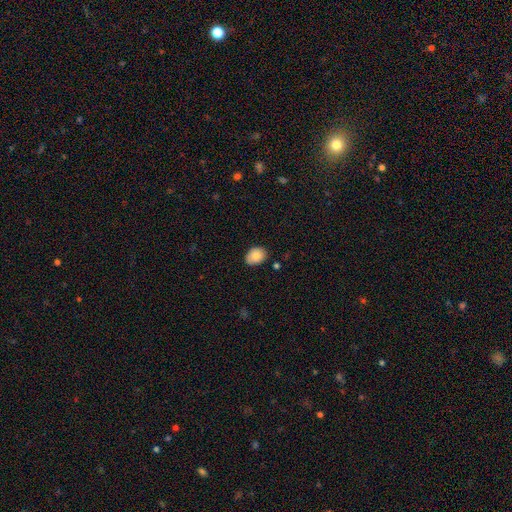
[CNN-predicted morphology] This is clearly a smooth galaxy (84%). How rounded: likely in between (65%). Merging: clearly none (80%).